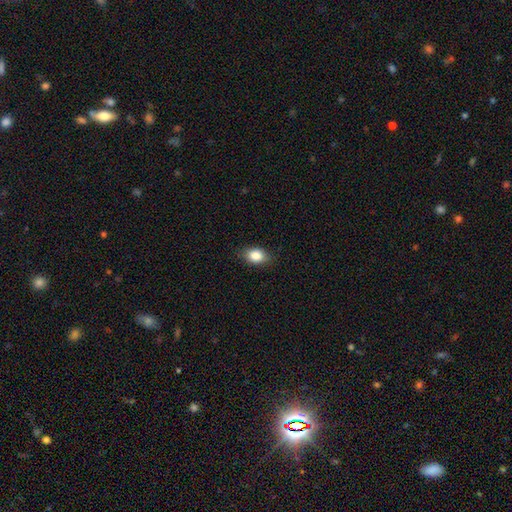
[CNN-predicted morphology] type=smooth (86%); roundness=in between (80%); merging=none (85%).